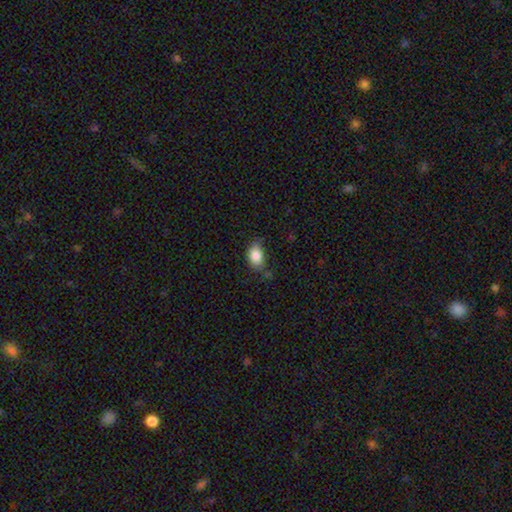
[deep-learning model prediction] This appears to be a smooth galaxy with no disk features (85%) that is in between round and cigar-shaped (82%). Merging: none (62%).